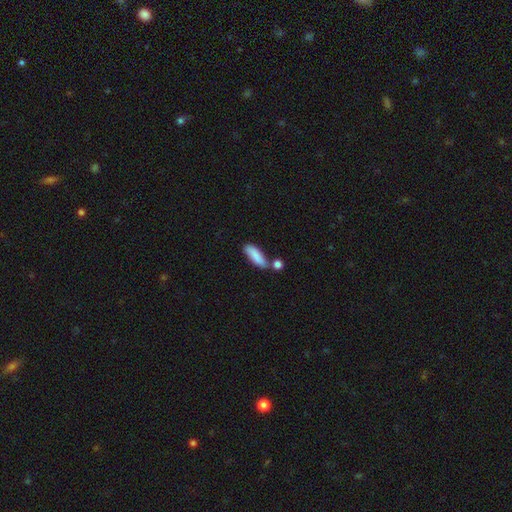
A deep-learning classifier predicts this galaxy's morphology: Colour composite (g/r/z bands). It shows a smooth galaxy with no disk features (84%) that is in between round and cigar-shaped (53%). Merging: none (55%).